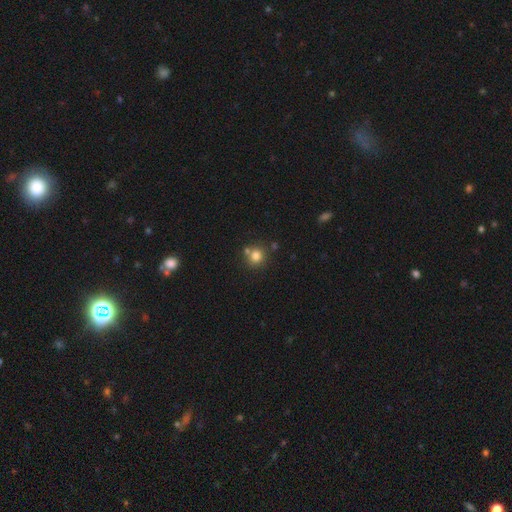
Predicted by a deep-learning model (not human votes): smooth-or-featured: smooth: 79% | star or artifact: 13% | featured or disk: 8%
  how-rounded: round: 86% | in between: 13% | cigar-shaped: 1%
  merging: none: 68% | merger: 19% | minor disturbance: 10% | major disturbance: 3%